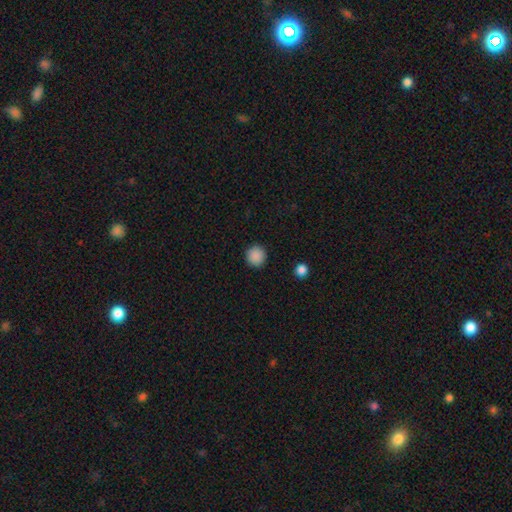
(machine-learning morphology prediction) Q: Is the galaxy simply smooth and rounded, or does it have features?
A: smooth — 89%.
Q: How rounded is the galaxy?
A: round — 94%.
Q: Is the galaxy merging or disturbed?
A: none — 92%.